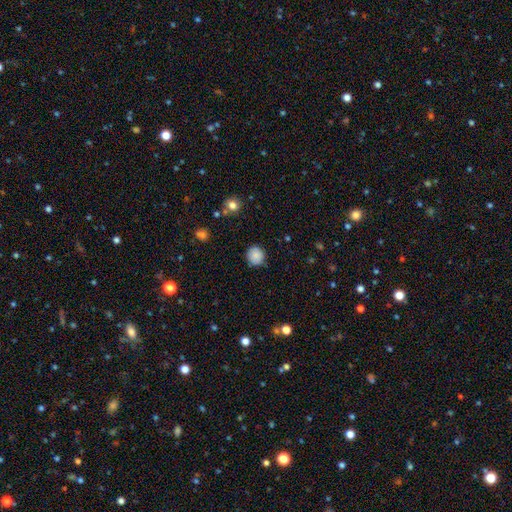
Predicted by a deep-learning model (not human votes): smooth-or-featured: smooth: 85% | star or artifact: 9% | featured or disk: 6%
  how-rounded: round: 89% | in between: 10% | cigar-shaped: 1%
  merging: none: 85% | minor disturbance: 12% | major disturbance: 3% | merger: 1%